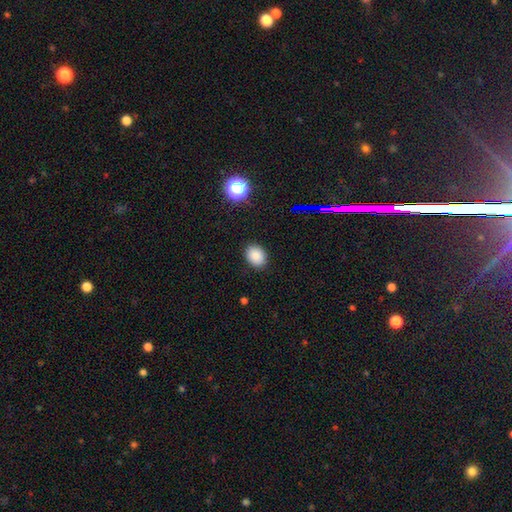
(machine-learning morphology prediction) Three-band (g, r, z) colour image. It shows a smooth galaxy with no disk features (84%) that is in between round and cigar-shaped (55%). Merging: none (89%).